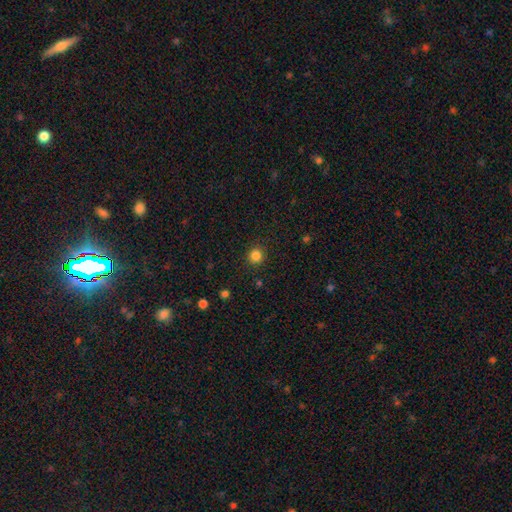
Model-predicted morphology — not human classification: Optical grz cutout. It shows a smooth galaxy with no disk features (84%) that is round (93%). Merging: none (91%).